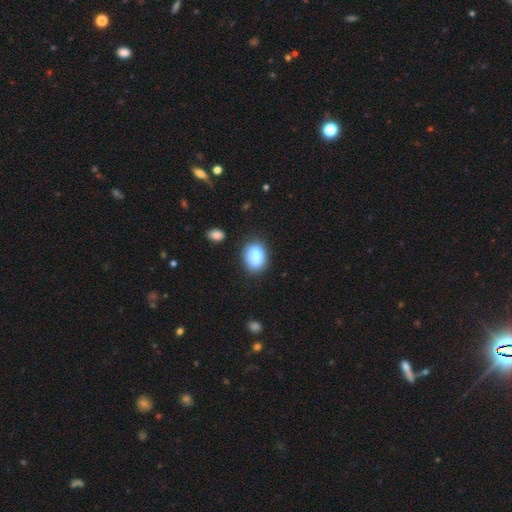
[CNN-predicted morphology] Q: Smooth or featured?
A: smooth (80%); runner-up: featured or disk (11%)
Q: How rounded?
A: in between (77%); runner-up: round (22%)
Q: Merging?
A: none (61%); runner-up: minor disturbance (19%)